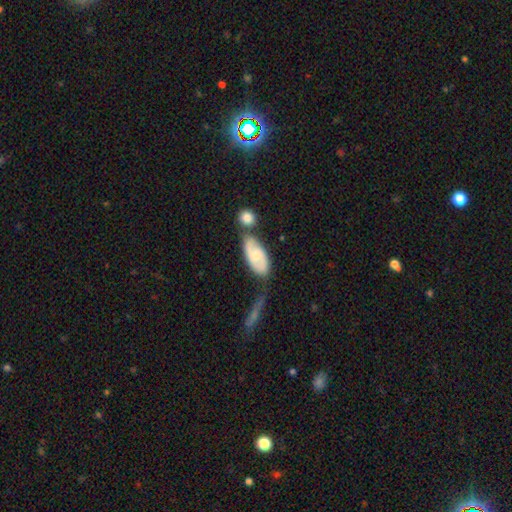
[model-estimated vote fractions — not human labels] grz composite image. It shows a featured or disk galaxy (49%). Merging: none (47%).